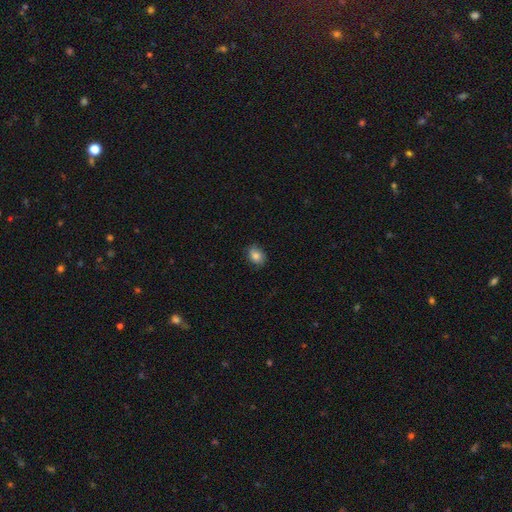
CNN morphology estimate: Smooth or featured?
  - smooth: 83% *
  - star or artifact: 9%
  - featured or disk: 8%
How rounded?
  - in between: 61% *
  - round: 37%
  - cigar-shaped: 1%
Merging?
  - none: 80% *
  - minor disturbance: 16%
  - major disturbance: 3%
  - merger: 1%